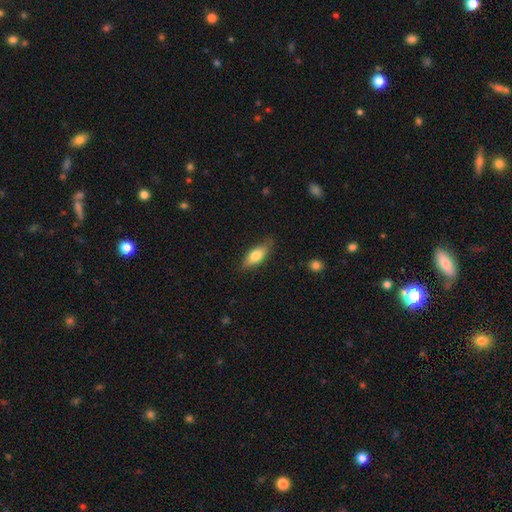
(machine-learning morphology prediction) Overall: smooth (71%). How rounded: in between (71%). Merging: none (77%).